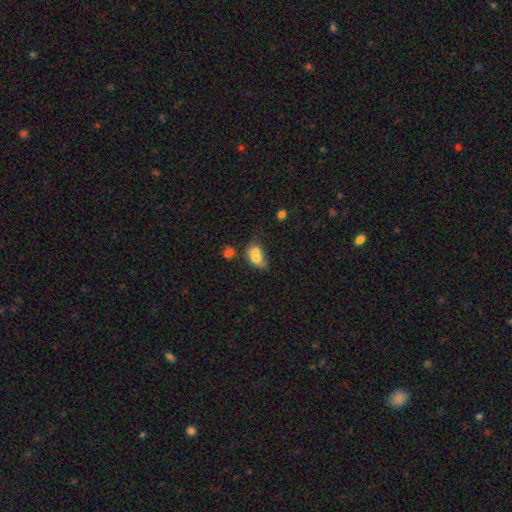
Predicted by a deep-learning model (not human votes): smooth 69%, featured or disk 20%, star or artifact 10%. Down the decision tree: how rounded — in between (76%); merging — merger (51%).